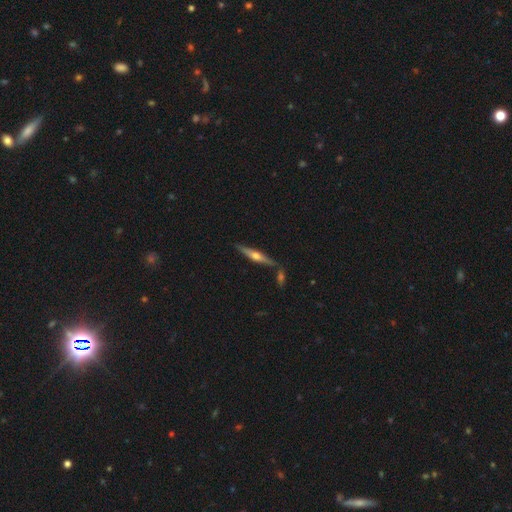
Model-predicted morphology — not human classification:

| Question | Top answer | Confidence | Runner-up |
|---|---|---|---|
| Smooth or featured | featured or disk | 68% | smooth (26%) |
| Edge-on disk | yes | 96% | no (4%) |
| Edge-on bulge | rounded | 92% | none (4%) |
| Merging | none | 80% | minor disturbance (9%) |